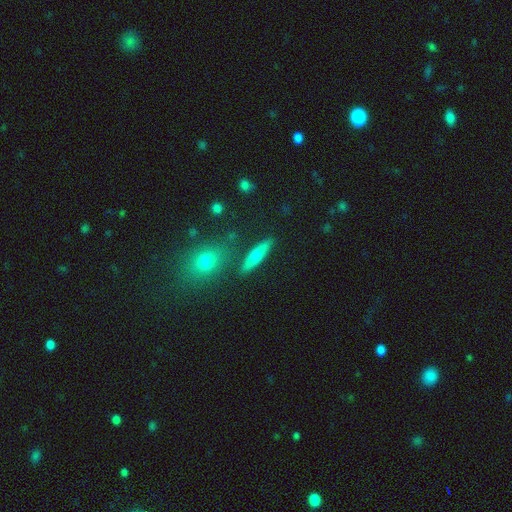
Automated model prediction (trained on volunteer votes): Morphology: type=smooth (60%); roundness=cigar-shaped (70%); merging=none (82%).